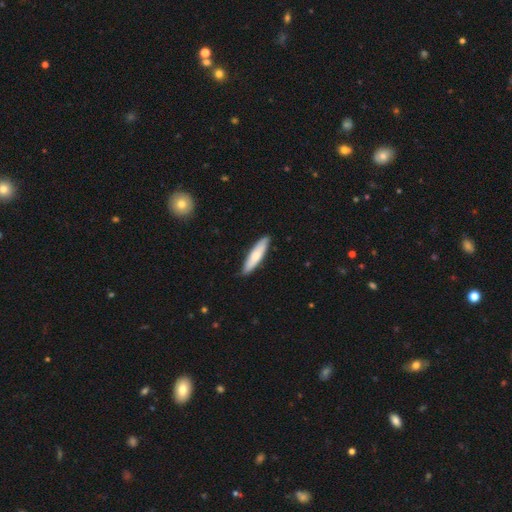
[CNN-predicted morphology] Smooth or featured? smooth (72%)
How rounded? cigar-shaped (78%)
Merging? none (87%)